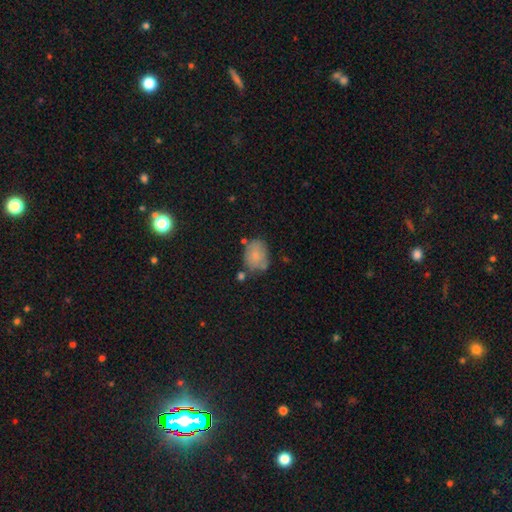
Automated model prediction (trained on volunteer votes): A smooth galaxy with no disk features (77%) that is in between round and cigar-shaped (64%).

Vote fractions:
- Smooth or featured? smooth: 77% / featured or disk: 15% / star or artifact: 8%
- How rounded? in between: 64% / round: 35% / cigar-shaped: 1%
- Merging? none: 57% / minor disturbance: 25% / merger: 10% / major disturbance: 7%